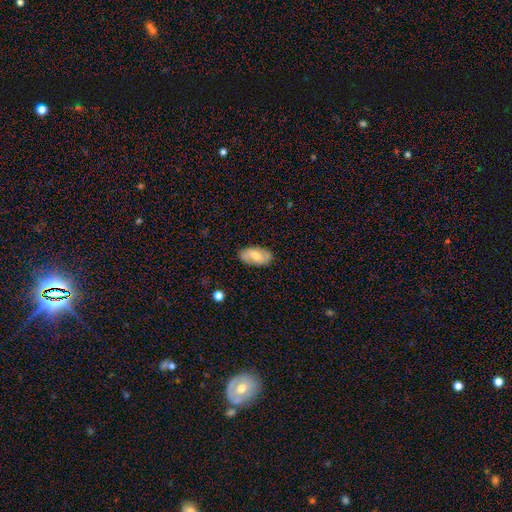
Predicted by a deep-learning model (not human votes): Smooth or featured?
  - smooth: 50% *
  - featured or disk: 44%
  - star or artifact: 6%
Merging?
  - none: 84% *
  - minor disturbance: 13%
  - major disturbance: 3%
  - merger: 1%